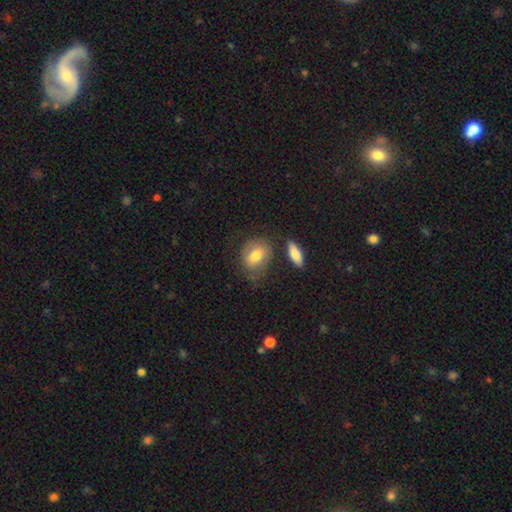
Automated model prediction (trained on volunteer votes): Smooth or featured: smooth — 75% (featured or disk — 19%)
How rounded: in between — 65% (round — 33%)
Merging: none — 63% (minor disturbance — 21%)